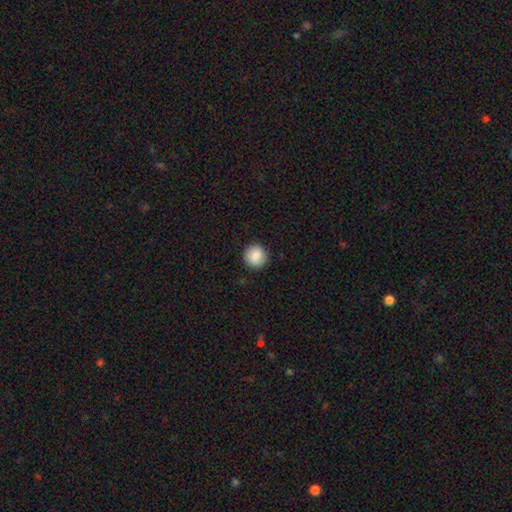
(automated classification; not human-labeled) Smooth or featured?
  - smooth: 87% *
  - star or artifact: 8%
  - featured or disk: 5%
How rounded?
  - round: 93% *
  - in between: 6%
  - cigar-shaped: 1%
Merging?
  - none: 89% *
  - minor disturbance: 8%
  - major disturbance: 2%
  - merger: 1%